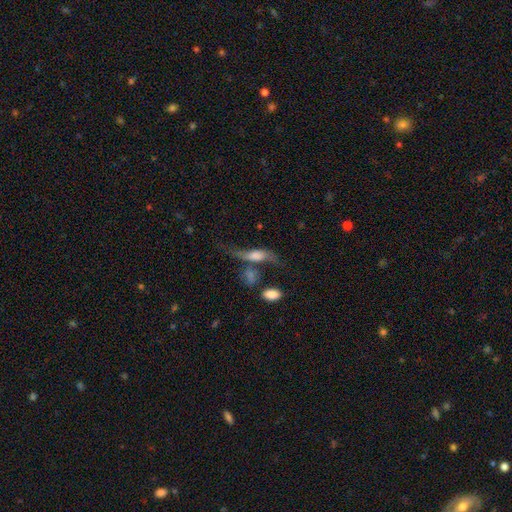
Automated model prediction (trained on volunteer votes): This is possibly a featured or disk galaxy (55%). It is likely not viewed edge-on (63%). Merging: marginally none (34%).